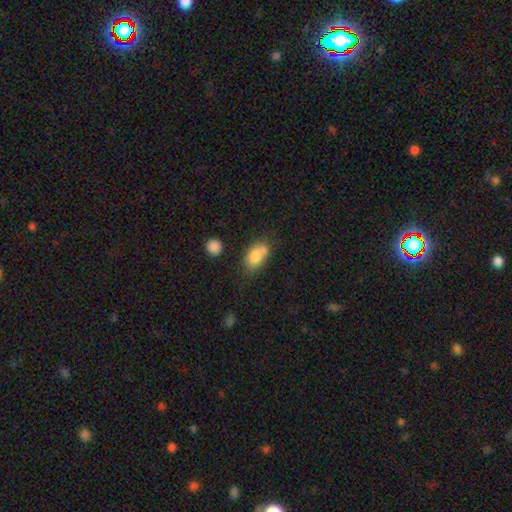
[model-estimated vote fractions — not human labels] This is likely a smooth galaxy (80%). How rounded: clearly in between (86%). Merging: possibly none (48%).